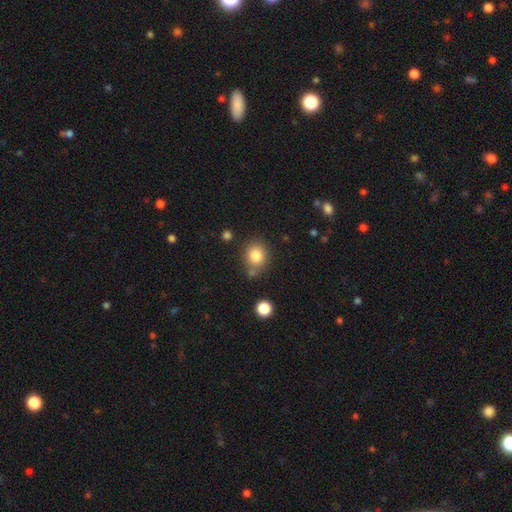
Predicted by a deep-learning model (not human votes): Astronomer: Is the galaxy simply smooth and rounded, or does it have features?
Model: smooth — 83%.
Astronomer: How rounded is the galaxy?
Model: round — 78%.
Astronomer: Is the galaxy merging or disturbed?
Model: none — 70%.